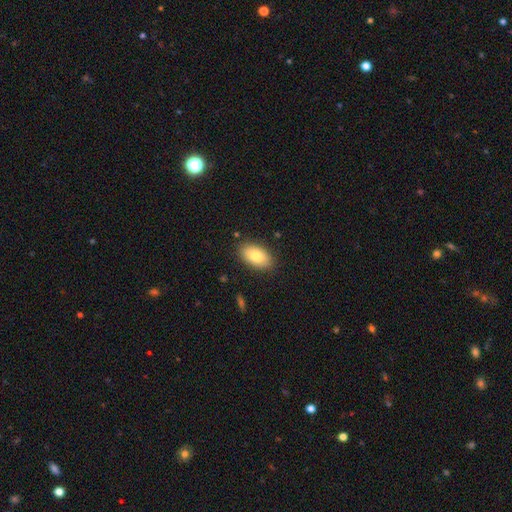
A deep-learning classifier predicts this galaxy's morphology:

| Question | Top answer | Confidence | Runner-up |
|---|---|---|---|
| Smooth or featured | smooth | 81% | featured or disk (12%) |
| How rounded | in between | 93% | round (5%) |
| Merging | none | 86% | minor disturbance (10%) |